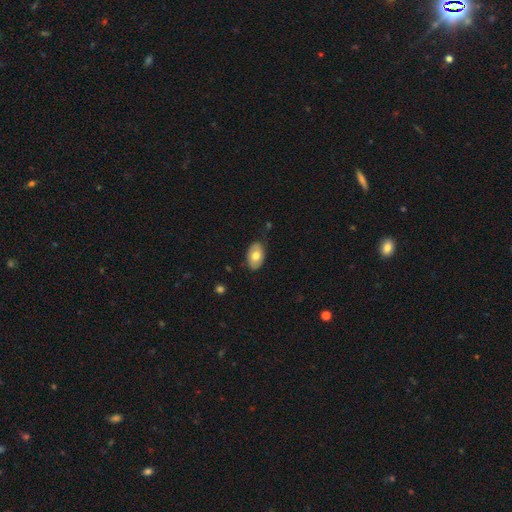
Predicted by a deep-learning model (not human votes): A smooth galaxy with no disk features (69%) that is in between round and cigar-shaped (91%). Merging: none (81%).